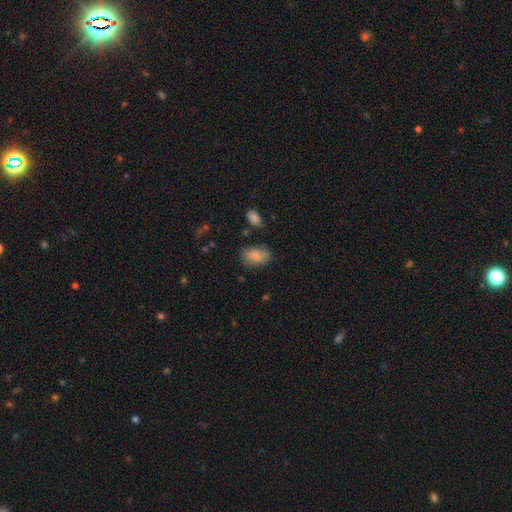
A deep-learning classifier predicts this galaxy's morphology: The model was most divided on "merging": none: 75%, minor disturbance: 17%, major disturbance: 5%, merger: 3%. More confident: how rounded — in between (89%); smooth or featured — smooth (84%).